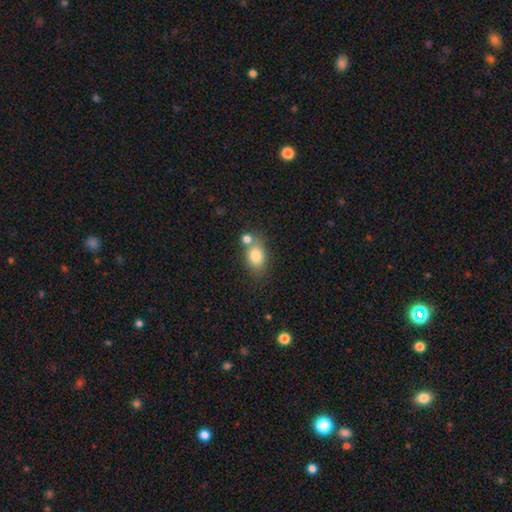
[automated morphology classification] type=smooth (80%); roundness=in between (73%); merging=none (54%).